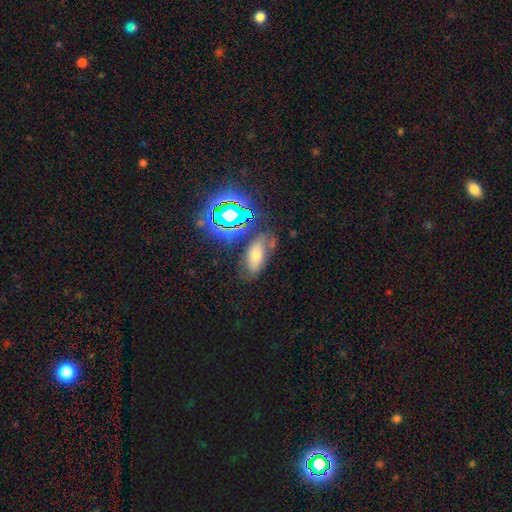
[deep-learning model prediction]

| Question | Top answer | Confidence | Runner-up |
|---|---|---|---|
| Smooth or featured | smooth | 55% | star or artifact (26%) |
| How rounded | in between | 85% | cigar-shaped (8%) |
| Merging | none | 64% | minor disturbance (20%) |